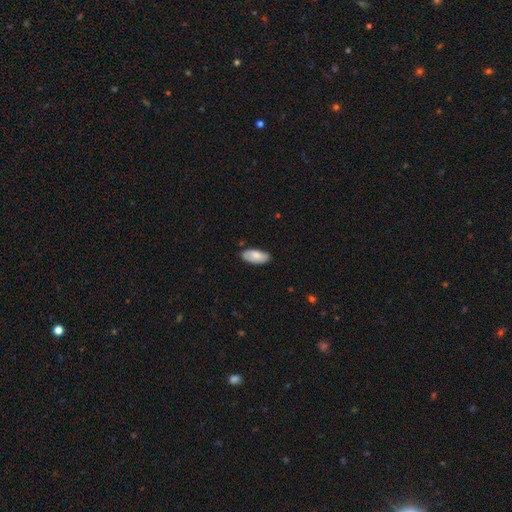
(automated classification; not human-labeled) Smooth or featured? smooth (76%)
How rounded? in between (90%)
Merging? none (83%)